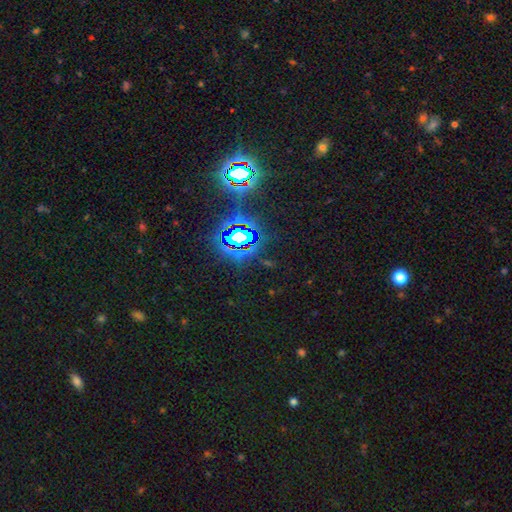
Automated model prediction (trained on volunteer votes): Smooth or featured? star or artifact (81%)